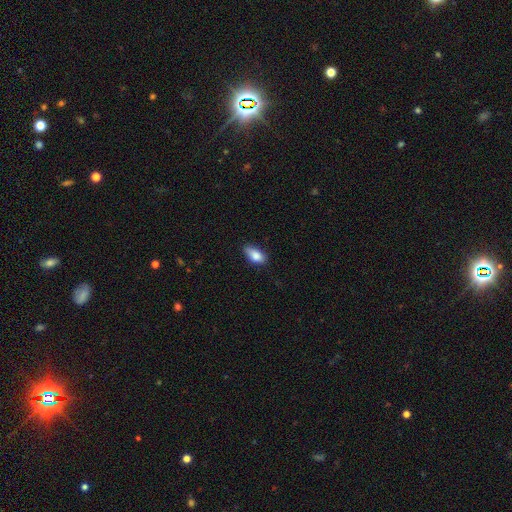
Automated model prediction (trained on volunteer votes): Smooth or featured: smooth — 84% (featured or disk — 9%)
How rounded: in between — 87% (cigar-shaped — 8%)
Merging: none — 65% (minor disturbance — 29%)